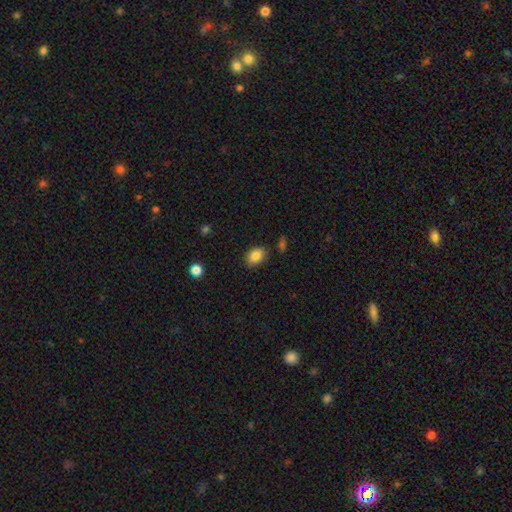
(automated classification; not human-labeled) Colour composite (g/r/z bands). It shows a smooth galaxy with no disk features (85%) that is in between round and cigar-shaped (73%). Merging: none (81%).